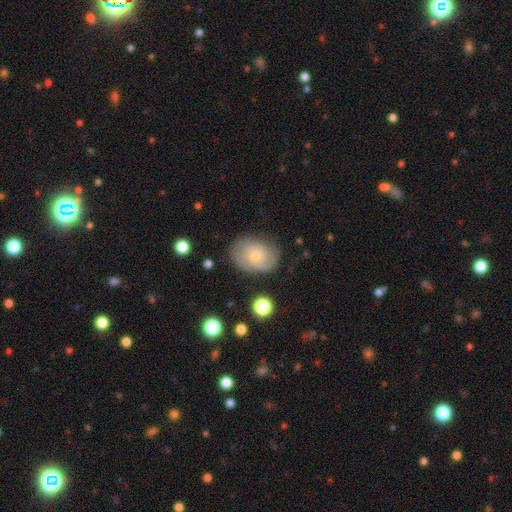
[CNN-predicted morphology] Q: Smooth or featured?
A: featured or disk (59%); runner-up: smooth (33%)
Q: Edge-on disk?
A: no (96%); runner-up: yes (4%)
Q: Bar?
A: no (80%); runner-up: weak (18%)
Q: Spiral arms?
A: yes (78%); runner-up: no (22%)
Q: Bulge size?
A: small (61%); runner-up: moderate (35%)
Q: Merging?
A: none (69%); runner-up: minor disturbance (21%)